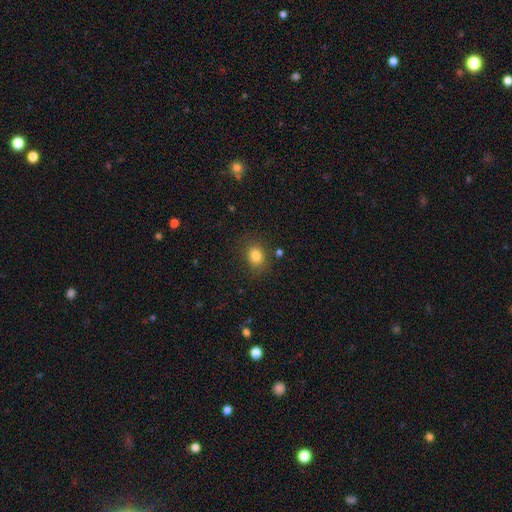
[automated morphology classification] Smooth or featured? smooth (82%)
How rounded? round (53%)
Merging? none (82%)